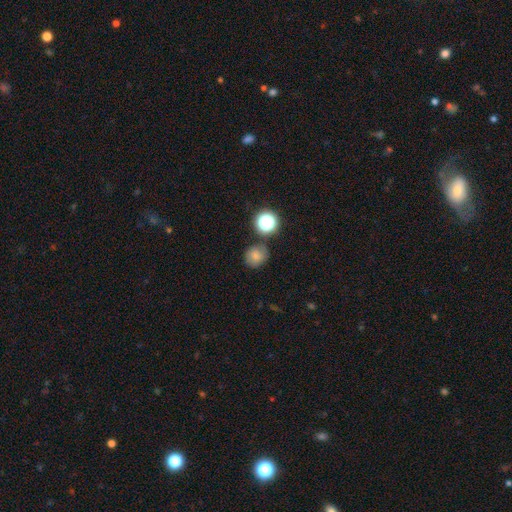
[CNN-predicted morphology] A smooth galaxy with no disk features (72%) that is round (80%).

Vote fractions:
- Smooth or featured? smooth: 72% / star or artifact: 16% / featured or disk: 12%
- How rounded? round: 80% / in between: 19% / cigar-shaped: 1%
- Merging? none: 71% / minor disturbance: 16% / merger: 8% / major disturbance: 5%